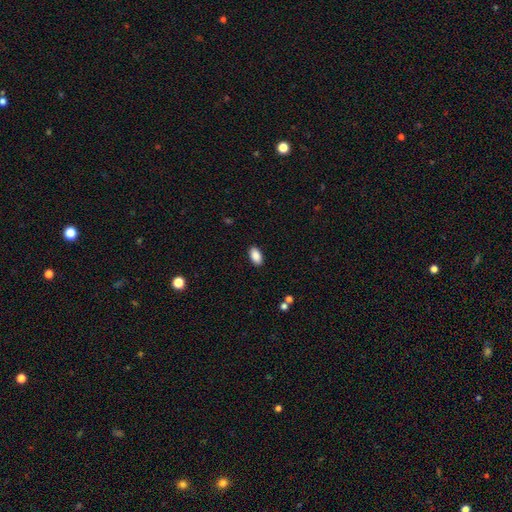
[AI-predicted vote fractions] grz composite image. It shows a smooth galaxy with no disk features (89%) that is in between round and cigar-shaped (94%). Merging: none (90%).